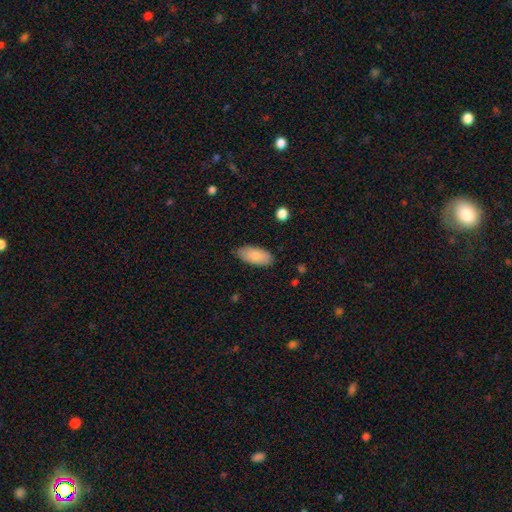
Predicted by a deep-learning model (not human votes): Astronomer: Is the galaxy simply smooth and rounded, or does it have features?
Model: smooth — 85%.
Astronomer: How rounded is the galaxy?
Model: in between — 91%.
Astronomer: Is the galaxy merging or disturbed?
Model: none — 83%.